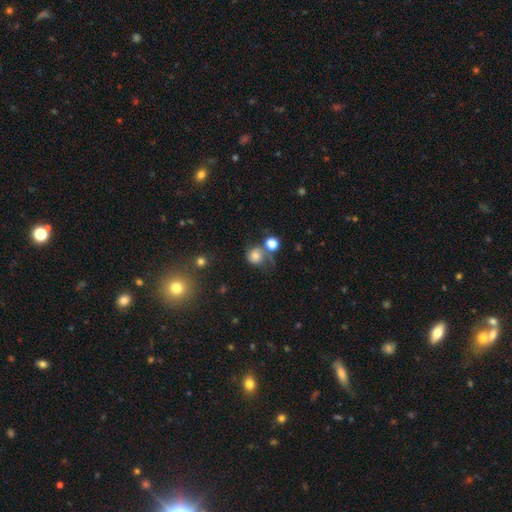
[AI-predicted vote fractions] A smooth galaxy with no disk features (62%) that is round (82%). Merging: none (44%).